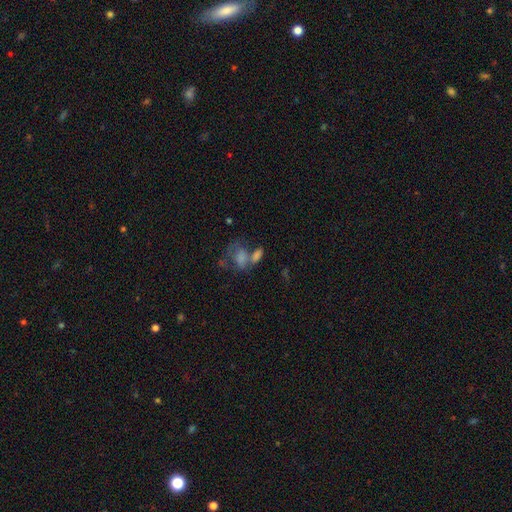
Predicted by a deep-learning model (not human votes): A smooth galaxy with no disk features (56%) that is in between round and cigar-shaped (75%). Merging: merger (45%).